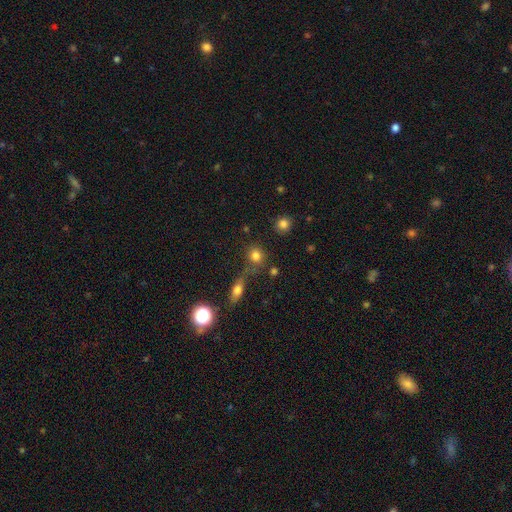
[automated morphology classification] Smooth or featured?
  - smooth: 80% *
  - star or artifact: 13%
  - featured or disk: 7%
How rounded?
  - round: 83% *
  - in between: 16%
  - cigar-shaped: 2%
Merging?
  - none: 69% *
  - merger: 15%
  - minor disturbance: 11%
  - major disturbance: 5%